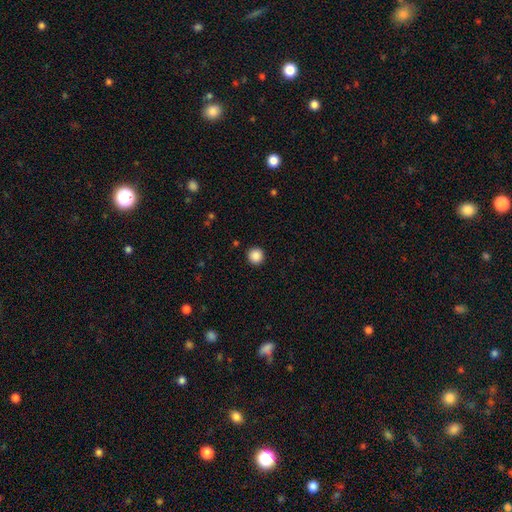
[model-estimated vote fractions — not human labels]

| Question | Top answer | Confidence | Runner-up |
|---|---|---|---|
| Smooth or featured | smooth | 88% | star or artifact (10%) |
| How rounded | round | 95% | in between (4%) |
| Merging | none | 93% | minor disturbance (5%) |